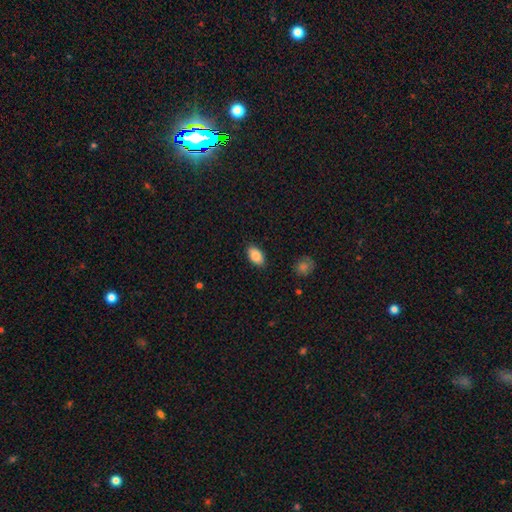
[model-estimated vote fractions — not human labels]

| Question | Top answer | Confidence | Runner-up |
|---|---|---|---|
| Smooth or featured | smooth | 87% | star or artifact (7%) |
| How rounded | in between | 93% | round (5%) |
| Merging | none | 87% | minor disturbance (10%) |